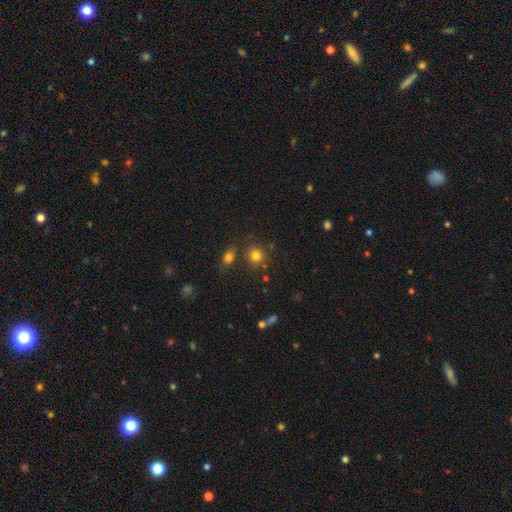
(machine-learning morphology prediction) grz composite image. It shows a smooth galaxy with no disk features (79%) that is round (86%). Merging: none (74%).